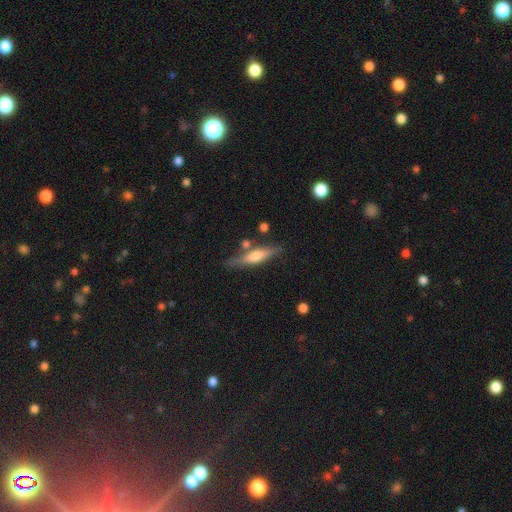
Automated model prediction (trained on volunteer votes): Overall: featured or disk (48%; smooth 45%). Merging: none (71%).